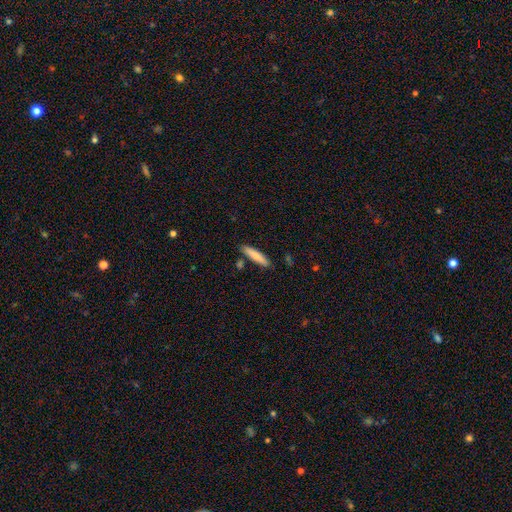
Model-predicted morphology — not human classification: Smooth or featured? Predicted: smooth (p=0.75). How rounded? Predicted: cigar-shaped (p=0.84). Merging? Predicted: none (p=0.85).